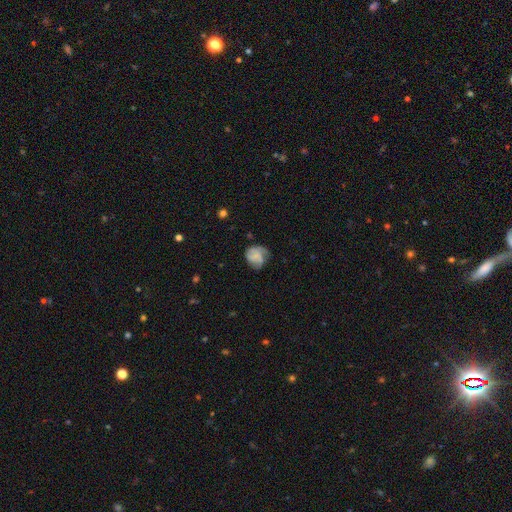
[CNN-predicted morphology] This appears to be a smooth galaxy with no disk features (49%). Merging: none (47%).